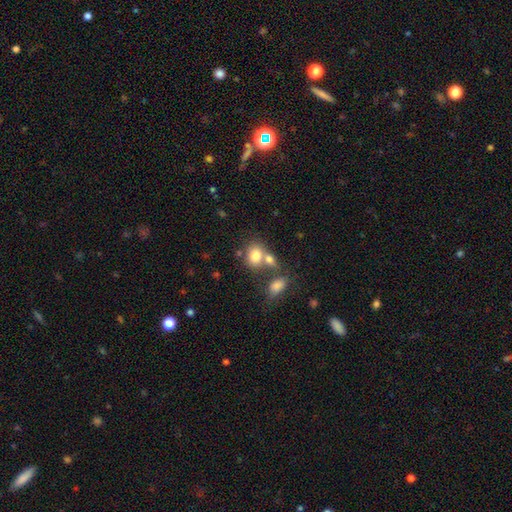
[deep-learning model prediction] Overall: smooth (78%). How rounded: in between (54%; round 45%). Merging: merger (45%; none 39%).